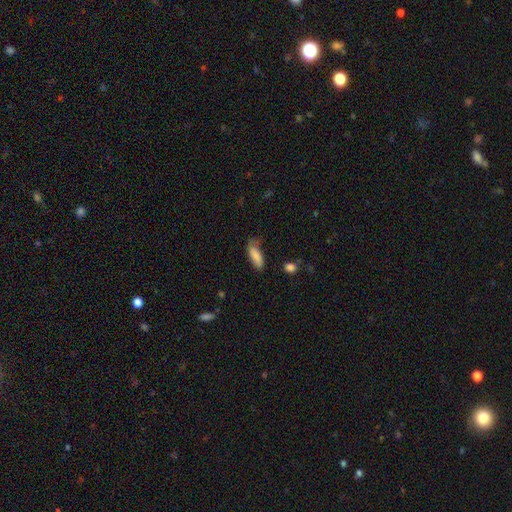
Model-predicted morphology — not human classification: A smooth galaxy with no disk features (83%) that is in between round and cigar-shaped (66%).

Vote fractions:
- Smooth or featured? smooth: 83% / featured or disk: 10% / star or artifact: 7%
- How rounded? in between: 66% / cigar-shaped: 32% / round: 2%
- Merging? none: 59% / minor disturbance: 31% / major disturbance: 8% / merger: 3%